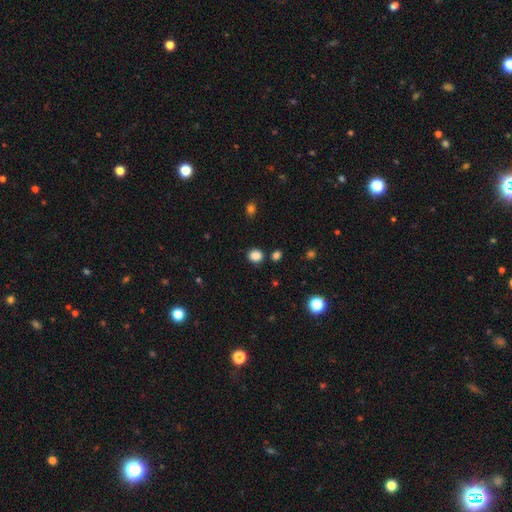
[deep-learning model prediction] smooth 85%, star or artifact 11%, featured or disk 4%. Down the decision tree: how rounded — round (67%); merging — none (81%).